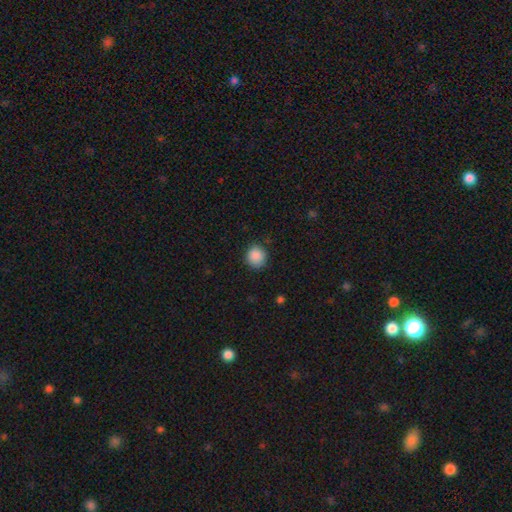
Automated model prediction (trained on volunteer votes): A smooth galaxy with no disk features (88%) that is round (89%). Merging: none (86%).